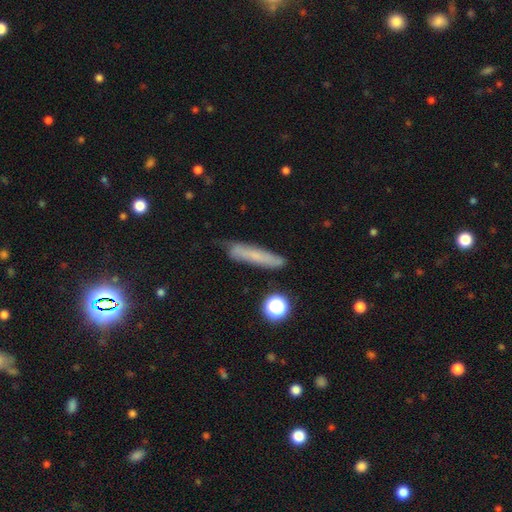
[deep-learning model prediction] The model was most divided on "smooth or featured": smooth: 61%, featured or disk: 28%, star or artifact: 11%. More confident: how rounded — cigar-shaped (87%); merging — none (78%).